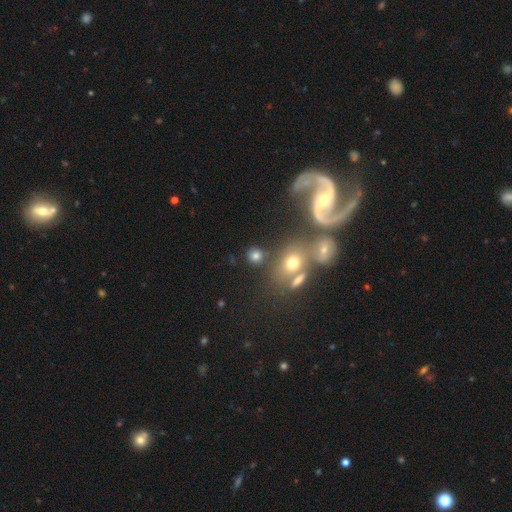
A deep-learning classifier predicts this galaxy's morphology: The model was most divided on "merging": none: 67%, merger: 15%, minor disturbance: 11%, major disturbance: 6%. More confident: how rounded — round (78%); smooth or featured — smooth (70%).